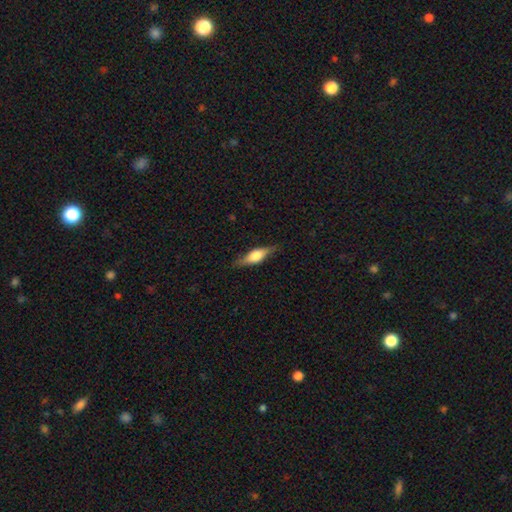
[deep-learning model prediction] Morphology: type=featured or disk (53%); edge-on=yes (91%); merging=none (81%).